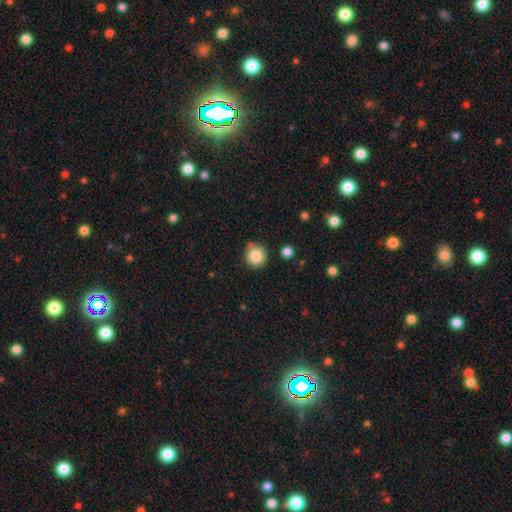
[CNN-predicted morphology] This appears to be a smooth galaxy with no disk features (86%) that is round (92%). Merging: none (82%).